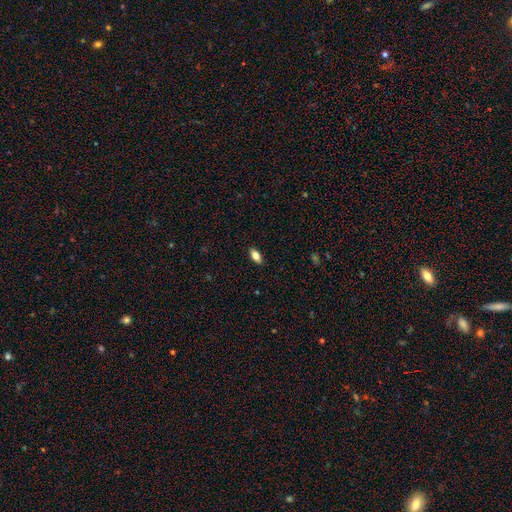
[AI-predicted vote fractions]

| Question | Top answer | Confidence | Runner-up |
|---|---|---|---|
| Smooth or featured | smooth | 75% | featured or disk (16%) |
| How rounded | in between | 87% | cigar-shaped (9%) |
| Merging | none | 89% | minor disturbance (8%) |